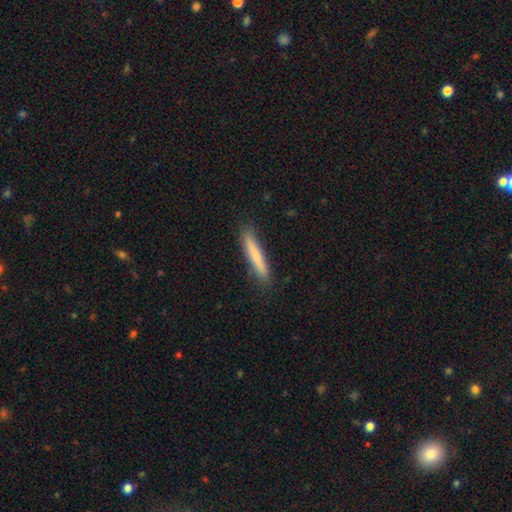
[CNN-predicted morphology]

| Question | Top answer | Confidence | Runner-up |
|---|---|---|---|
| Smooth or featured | smooth | 78% | featured or disk (16%) |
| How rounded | cigar-shaped | 94% | in between (5%) |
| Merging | none | 86% | minor disturbance (10%) |